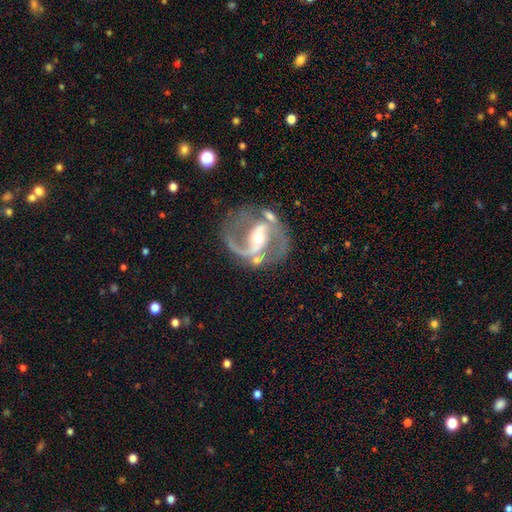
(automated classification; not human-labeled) featured or disk 88%, star or artifact 7%, smooth 6%. Down the decision tree: edge-on disk — no (96%); bar — strong (54%); spiral arms — yes (92%); spiral arm count — 2 (87%); spiral winding — medium (54%); bulge size — moderate (54%); merging — none (72%).